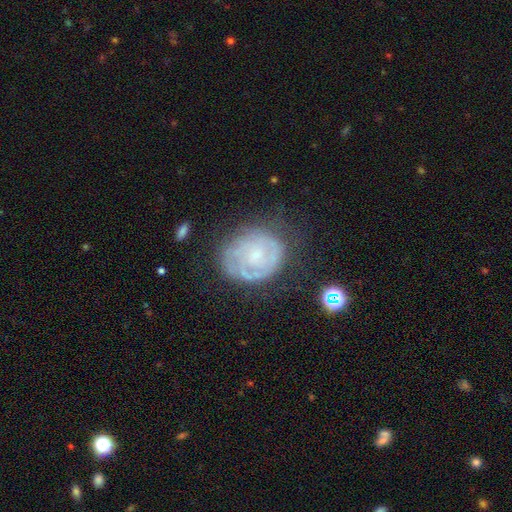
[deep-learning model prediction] featured or disk 72%, smooth 20%, star or artifact 8%. Down the decision tree: edge-on disk — no (98%); bar — no (75%); spiral arms — yes (79%); spiral arm count — can't tell (50%); spiral winding — tight (69%); bulge size — small (75%); merging — none (62%).